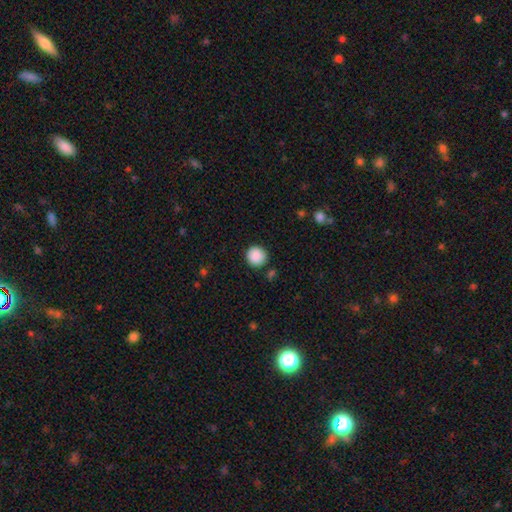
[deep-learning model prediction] Morphology: type=smooth (89%); roundness=round (95%); merging=none (89%).